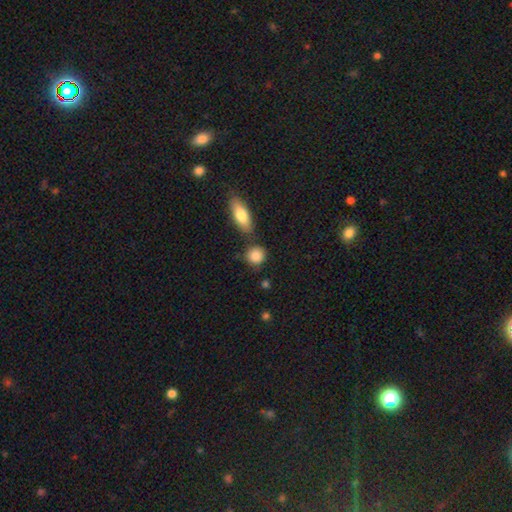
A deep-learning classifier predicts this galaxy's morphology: A smooth galaxy with no disk features (87%) that is round (79%). Merging: none (72%).